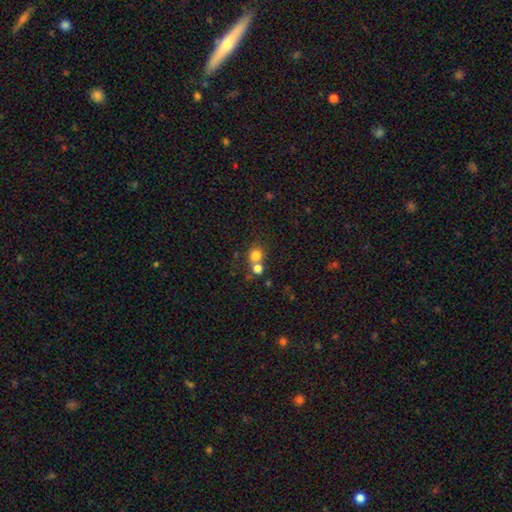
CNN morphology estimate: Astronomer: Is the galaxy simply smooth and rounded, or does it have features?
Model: smooth — 79%.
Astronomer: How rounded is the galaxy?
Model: round — 84%.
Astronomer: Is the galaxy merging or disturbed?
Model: none — 46% (runner-up: merger, 44%).